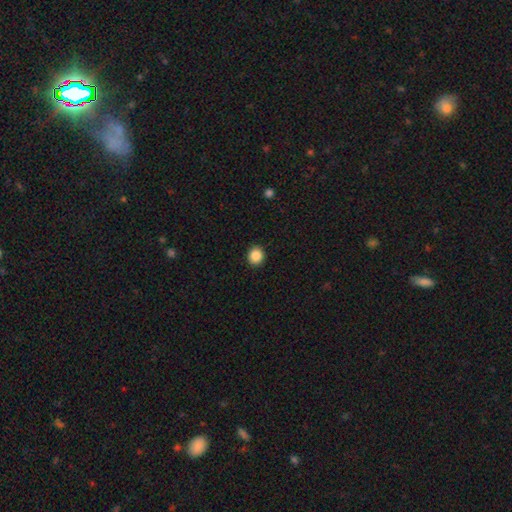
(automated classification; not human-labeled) Overall: smooth (87%). How rounded: round (85%). Merging: none (92%).